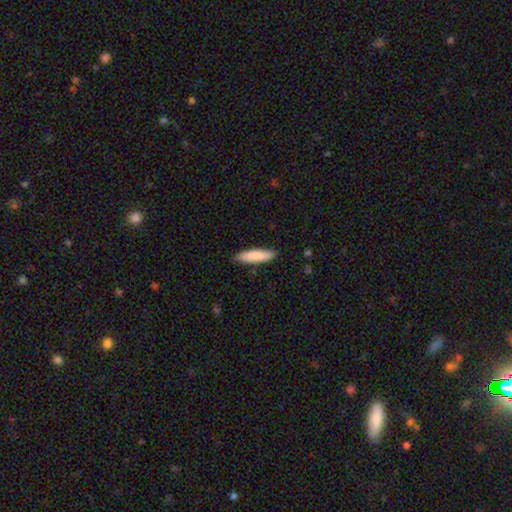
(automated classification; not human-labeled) smooth_or_featured: smooth (p=0.84) [alt: featured or disk p=0.11]
how_rounded: cigar-shaped (p=0.74) [alt: in between p=0.25]
merging: none (p=0.86) [alt: minor disturbance p=0.11]